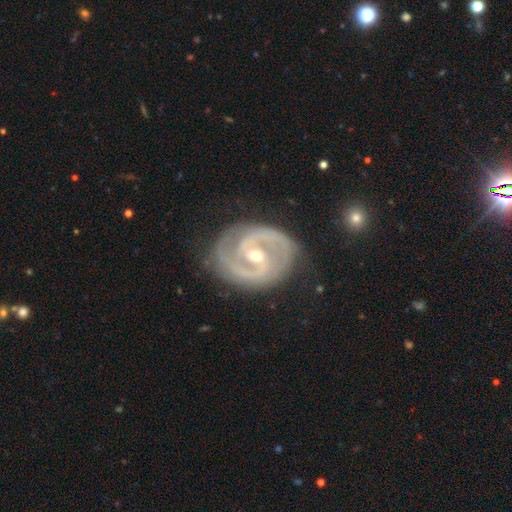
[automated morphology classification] Q: Smooth or featured?
A: featured or disk (92%); runner-up: star or artifact (4%)
Q: Edge-on disk?
A: no (98%); runner-up: yes (2%)
Q: Bar?
A: weak (44%); runner-up: strong (31%)
Q: Spiral arms?
A: yes (98%); runner-up: no (2%)
Q: Spiral winding?
A: tight (48%); runner-up: medium (45%)
Q: Spiral arm count?
A: 2 (90%); runner-up: 3 (3%)
Q: Bulge size?
A: moderate (52%); runner-up: small (45%)
Q: Merging?
A: none (79%); runner-up: minor disturbance (15%)